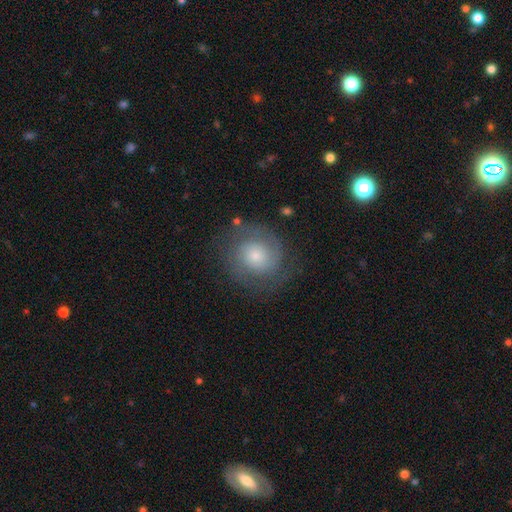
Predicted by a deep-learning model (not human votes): smooth-or-featured: featured or disk: 62% | smooth: 29% | star or artifact: 9%
  disk-edge-on: no: 97% | yes: 3%
    bar: no: 78% | weak: 19% | strong: 3%
    has-spiral-arms: yes: 88% | no: 12%
      spiral-winding: tight: 58% | medium: 31% | loose: 10%
      spiral-arm-count: 2: 61% | can't tell: 22% | 1: 7% | 3: 6% | 4: 2% | more than 4: 2%
    bulge-size: small: 50% | moderate: 38% | large: 7% | none: 3% | dominant: 2%
  merging: none: 76% | minor disturbance: 15% | major disturbance: 8% | merger: 1%